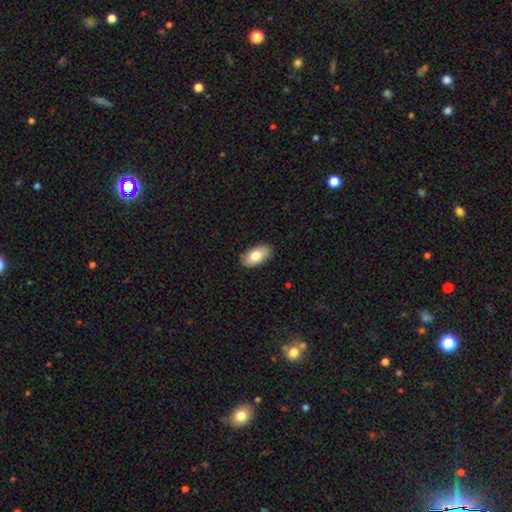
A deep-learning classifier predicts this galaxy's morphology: Smooth or featured: smooth — 79% (featured or disk — 15%)
How rounded: in between — 94% (round — 3%)
Merging: none — 88% (minor disturbance — 10%)